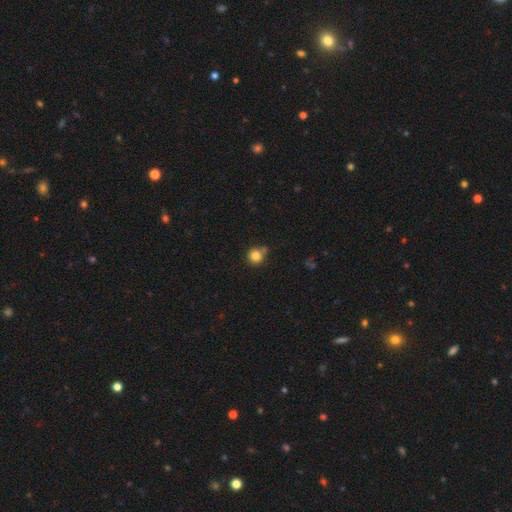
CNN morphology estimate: smooth_or_featured: smooth (p=0.84) [alt: star or artifact p=0.11]
how_rounded: round (p=0.92) [alt: in between p=0.08]
merging: none (p=0.68) [alt: merger p=0.14]